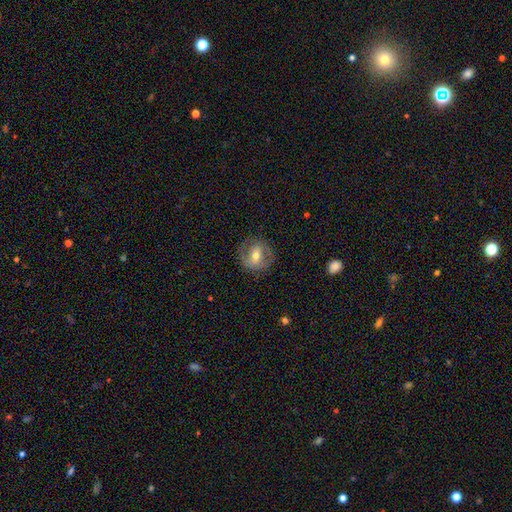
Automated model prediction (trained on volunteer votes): featured or disk 61%, smooth 32%, star or artifact 8%. Down the decision tree: edge-on disk — no (95%); bar — weak (42%); spiral arms — yes (71%); bulge size — moderate (65%); merging — none (80%).